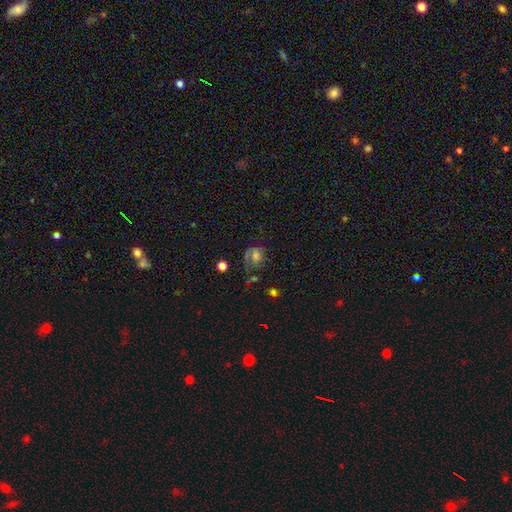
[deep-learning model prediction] Morphology: type=smooth (38%); merging=none (42%).